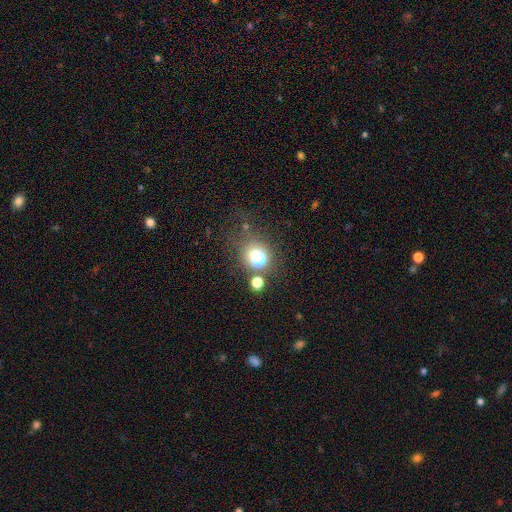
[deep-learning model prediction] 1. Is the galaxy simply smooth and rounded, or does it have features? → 61% smooth, 28% star or artifact, 11% featured or disk.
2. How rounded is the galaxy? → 72% round, 27% in between, 1% cigar-shaped.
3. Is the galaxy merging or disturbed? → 61% none, 19% merger, 12% minor disturbance, 8% major disturbance.